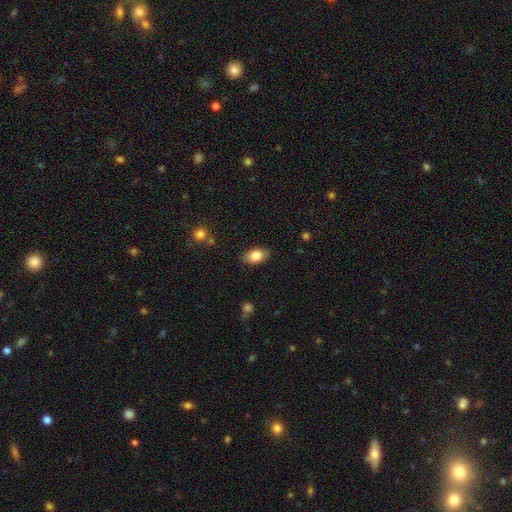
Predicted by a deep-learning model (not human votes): This is clearly a smooth galaxy (83%). How rounded: clearly in between (91%). Merging: clearly none (86%).